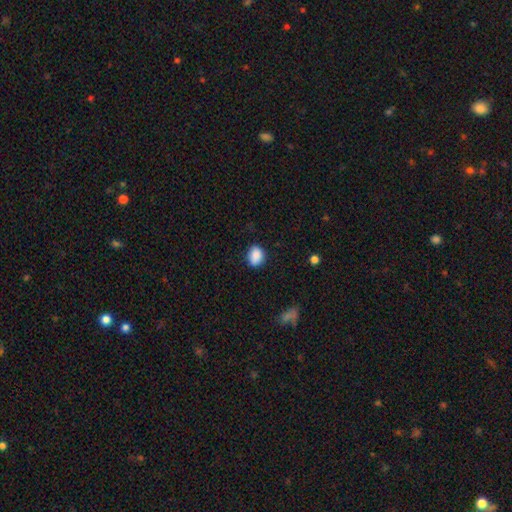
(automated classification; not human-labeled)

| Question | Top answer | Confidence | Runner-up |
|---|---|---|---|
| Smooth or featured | smooth | 89% | star or artifact (8%) |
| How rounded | in between | 60% | round (39%) |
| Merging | none | 83% | minor disturbance (13%) |